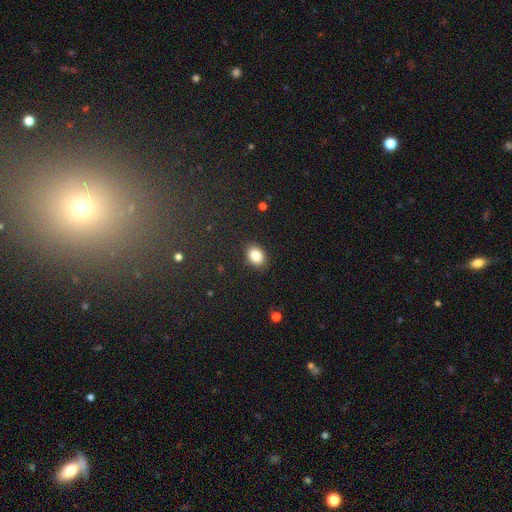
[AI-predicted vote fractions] A smooth galaxy with no disk features (86%) that is in between round and cigar-shaped (71%).

Vote fractions:
- Smooth or featured? smooth: 86% / star or artifact: 8% / featured or disk: 6%
- How rounded? in between: 71% / round: 28% / cigar-shaped: 1%
- Merging? none: 88% / minor disturbance: 9% / major disturbance: 2% / merger: 1%